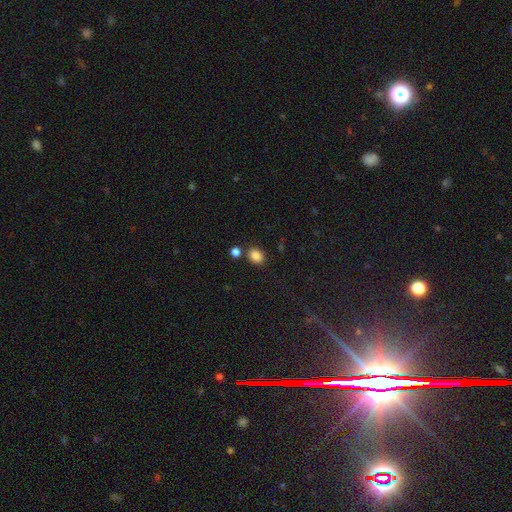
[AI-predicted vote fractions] Morphology: type=smooth (85%); roundness=in between (56%); merging=none (77%).